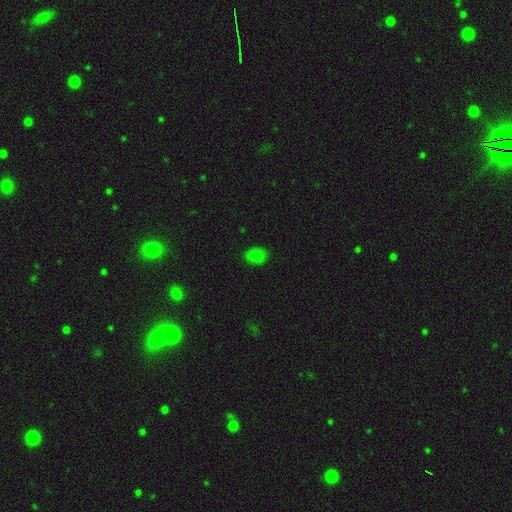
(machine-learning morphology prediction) This is likely a smooth galaxy (80%). How rounded: likely in between (67%). Merging: clearly none (84%).